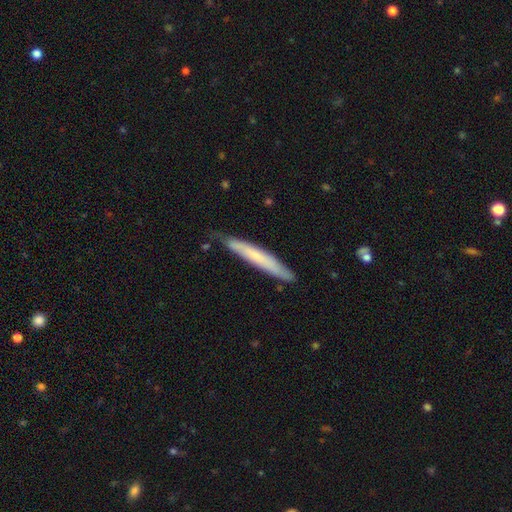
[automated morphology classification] smooth-or-featured: smooth: 57% | featured or disk: 37% | star or artifact: 6%
  how-rounded: cigar-shaped: 95% | in between: 4% | round: 1%
  merging: none: 76% | minor disturbance: 20% | major disturbance: 3% | merger: 2%